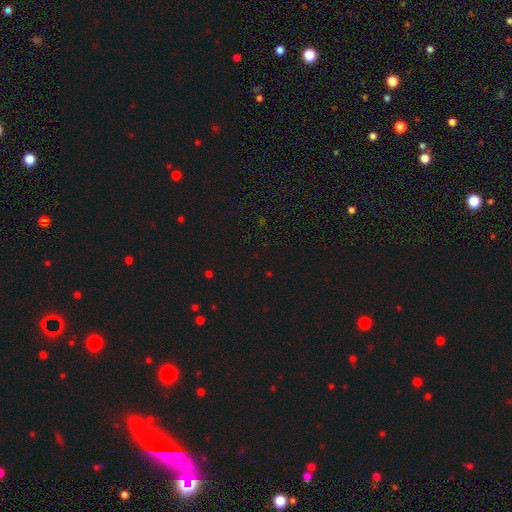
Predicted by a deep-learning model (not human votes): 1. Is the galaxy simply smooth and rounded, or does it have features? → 72% star or artifact, 21% smooth, 7% featured or disk.